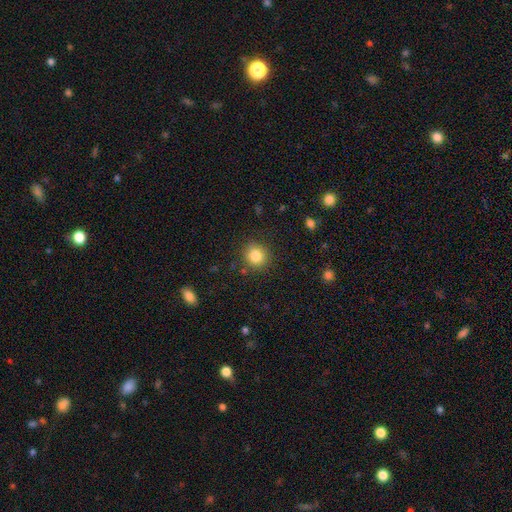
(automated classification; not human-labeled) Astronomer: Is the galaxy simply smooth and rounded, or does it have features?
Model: smooth — 83%.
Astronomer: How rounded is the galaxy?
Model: round — 90%.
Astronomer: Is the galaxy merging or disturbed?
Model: none — 88%.